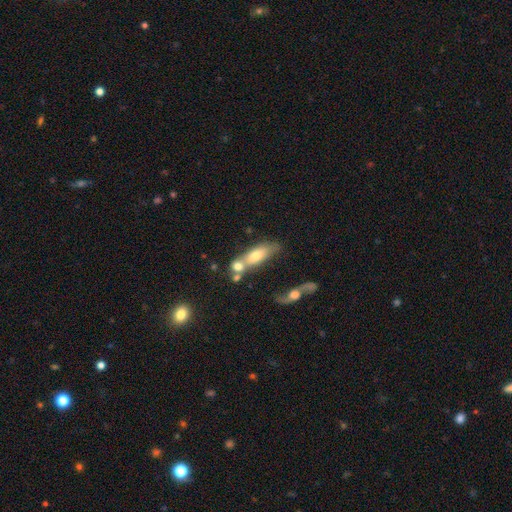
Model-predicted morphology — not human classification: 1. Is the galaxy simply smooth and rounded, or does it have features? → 59% smooth, 32% featured or disk, 9% star or artifact.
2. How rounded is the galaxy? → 59% in between, 34% cigar-shaped, 7% round.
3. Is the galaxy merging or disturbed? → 44% merger, 38% none, 13% minor disturbance, 6% major disturbance.